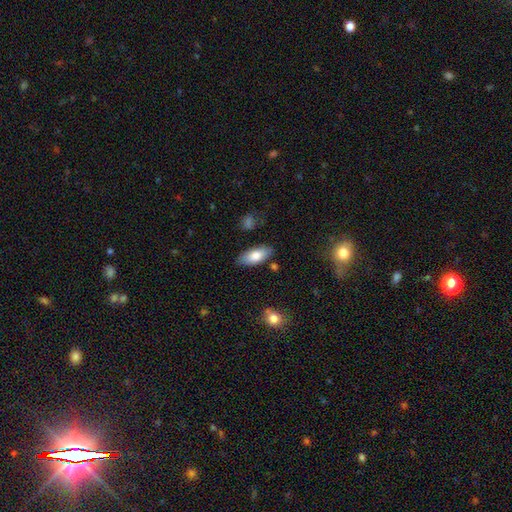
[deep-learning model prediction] smooth-or-featured: smooth: 79% | featured or disk: 15% | star or artifact: 6%
  how-rounded: in between: 86% | cigar-shaped: 12% | round: 2%
  merging: none: 82% | minor disturbance: 13% | major disturbance: 3% | merger: 3%